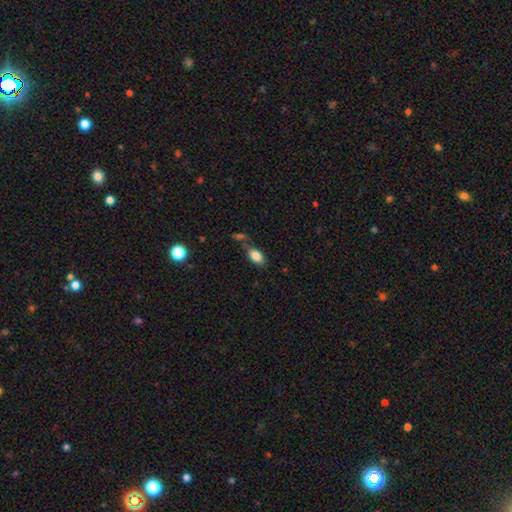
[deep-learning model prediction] Smooth or featured?
  - smooth: 83% *
  - featured or disk: 9%
  - star or artifact: 8%
How rounded?
  - in between: 92% *
  - round: 5%
  - cigar-shaped: 3%
Merging?
  - none: 62% *
  - minor disturbance: 17%
  - merger: 15%
  - major disturbance: 6%